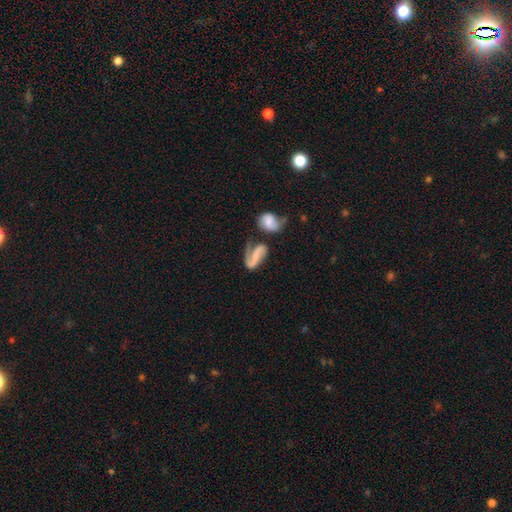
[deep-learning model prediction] Morphology: type=featured or disk (69%); edge-on=no (96%); bar=strong (34%, tied with no); spiral arms=yes (90%); winding=loose (57%); arm count=2 (74%); bulge=none (58%); merging=none (37%).